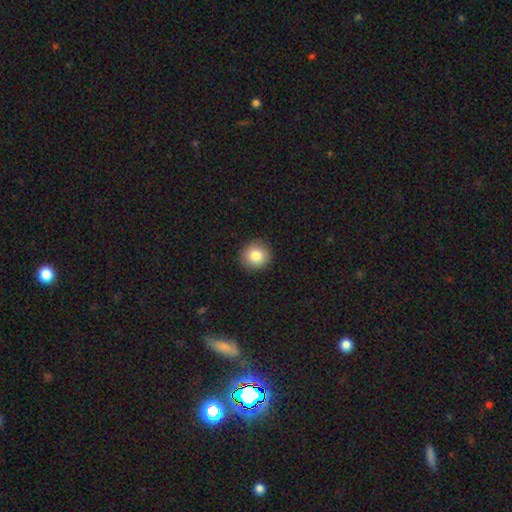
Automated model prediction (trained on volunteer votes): This is clearly a smooth galaxy (84%). How rounded: clearly round (92%). Merging: clearly none (91%).